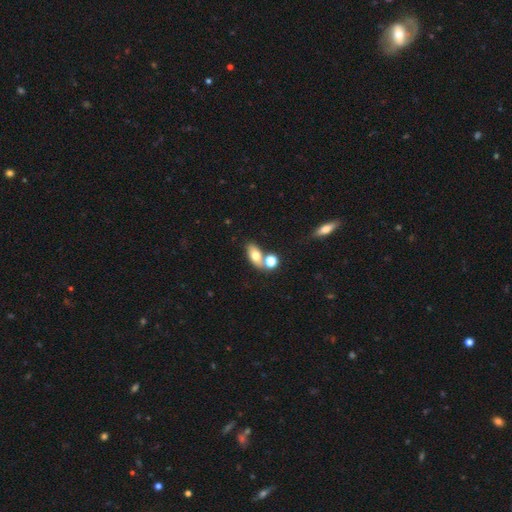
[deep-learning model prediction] Smooth or featured?
  - smooth: 70% *
  - featured or disk: 21%
  - star or artifact: 10%
How rounded?
  - in between: 79% *
  - round: 13%
  - cigar-shaped: 8%
Merging?
  - none: 55% *
  - merger: 29%
  - minor disturbance: 12%
  - major disturbance: 4%